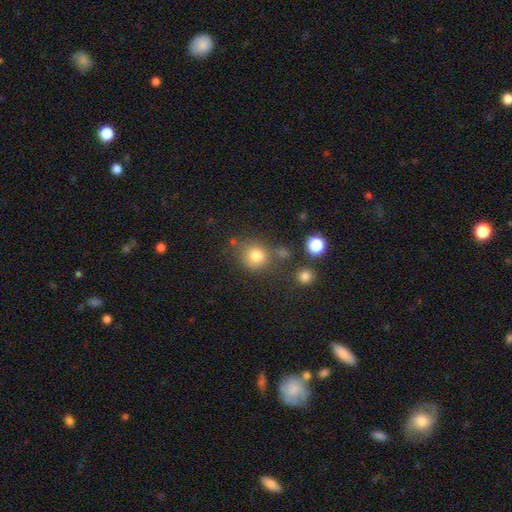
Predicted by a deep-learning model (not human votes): Overall: smooth (79%). How rounded: round (82%). Merging: none (66%).